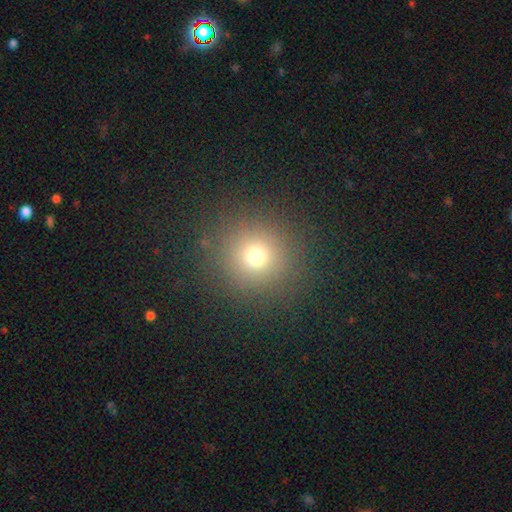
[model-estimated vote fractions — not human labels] Smooth or featured?
  - smooth: 72% *
  - star or artifact: 19%
  - featured or disk: 9%
How rounded?
  - round: 93% *
  - in between: 6%
  - cigar-shaped: 1%
Merging?
  - none: 89% *
  - minor disturbance: 6%
  - major disturbance: 3%
  - merger: 1%